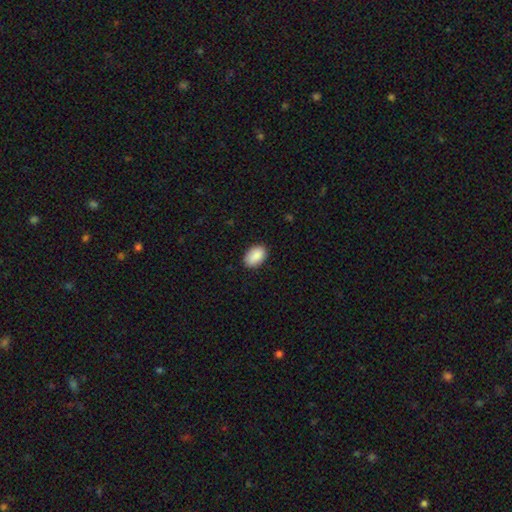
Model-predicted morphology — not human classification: This appears to be a smooth galaxy with no disk features (90%) that is in between round and cigar-shaped (91%). Merging: none (86%).